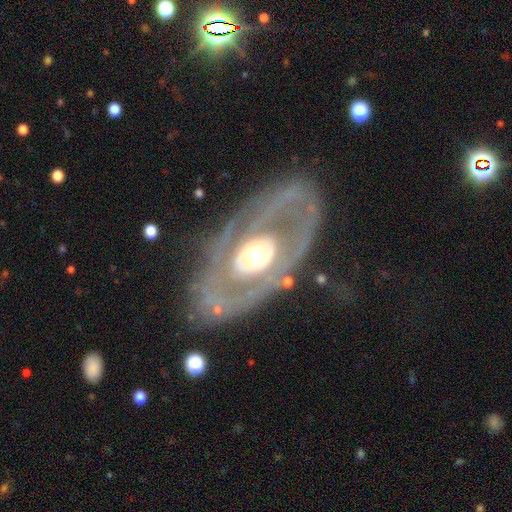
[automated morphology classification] Overall: featured or disk (80%). Edge-on disk: no (91%). Bar: no (80%). Spiral arms: no (57%; yes 43%). Bulge size: moderate (62%; large 23%). Merging: none (75%).